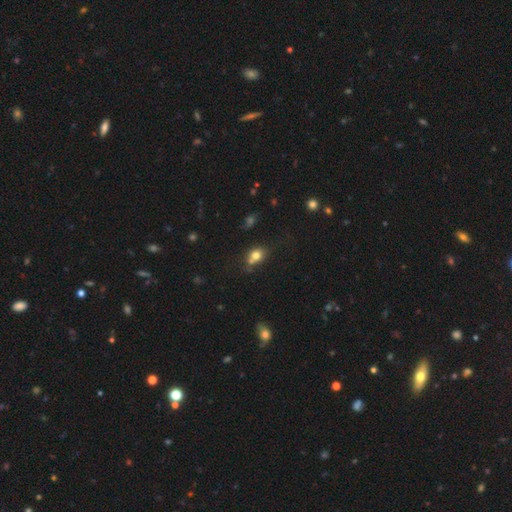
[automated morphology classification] smooth 76%, star or artifact 13%, featured or disk 11%. Down the decision tree: how rounded — round (56%); merging — none (51%).